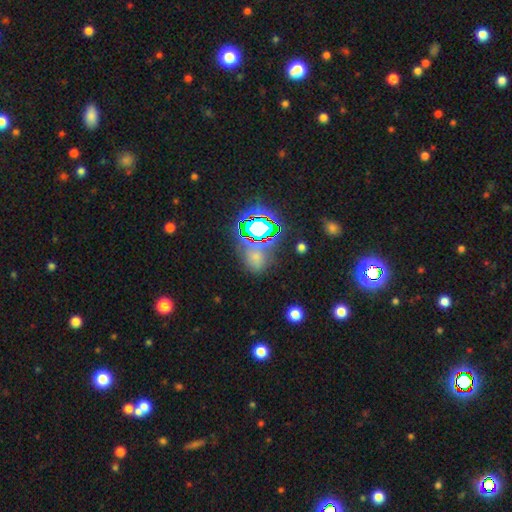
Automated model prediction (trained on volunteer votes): A star or artifact, not a galaxy (45%).